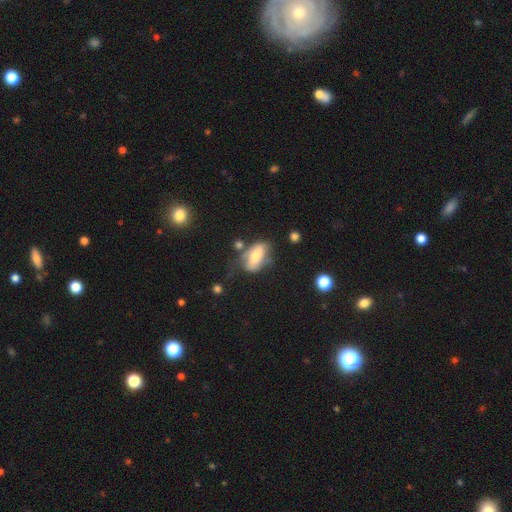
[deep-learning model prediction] A smooth galaxy with no disk features (58%) that is in between round and cigar-shaped (87%).

Vote fractions:
- Smooth or featured? smooth: 58% / featured or disk: 34% / star or artifact: 8%
- How rounded? in between: 87% / cigar-shaped: 8% / round: 6%
- Merging? none: 44% / minor disturbance: 29% / major disturbance: 18% / merger: 10%